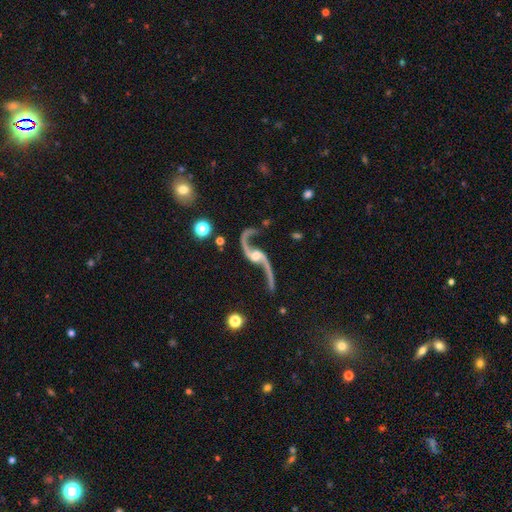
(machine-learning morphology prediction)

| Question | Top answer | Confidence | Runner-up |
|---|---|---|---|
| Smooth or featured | featured or disk | 93% | star or artifact (4%) |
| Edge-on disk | no | 96% | yes (4%) |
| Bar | no | 47% | weak (37%) |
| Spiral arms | yes | 98% | no (2%) |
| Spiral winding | loose | 92% | medium (6%) |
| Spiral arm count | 2 | 95% | 1 (2%) |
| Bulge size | moderate | 45% | small (40%) |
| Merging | none | 71% | minor disturbance (14%) |